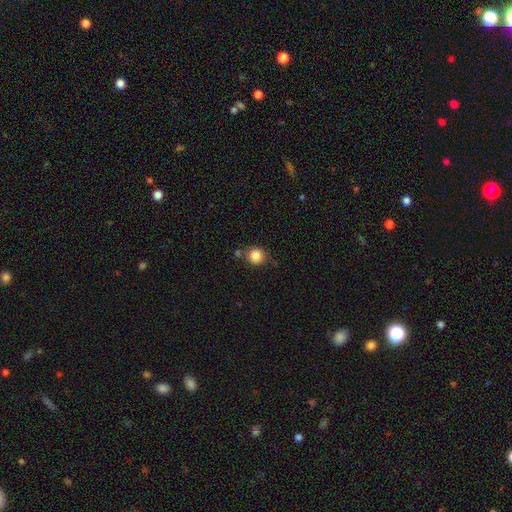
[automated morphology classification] This is clearly a smooth galaxy (85%). How rounded: clearly round (89%). Merging: likely none (73%).